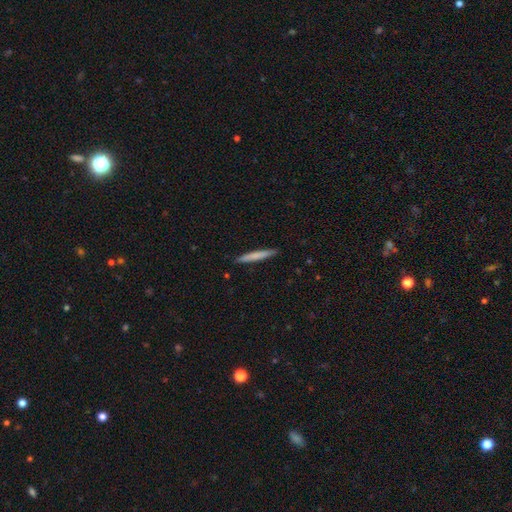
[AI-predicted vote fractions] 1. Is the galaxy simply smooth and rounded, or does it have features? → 70% smooth, 24% featured or disk, 5% star or artifact.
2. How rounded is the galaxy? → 96% cigar-shaped, 3% in between, 1% round.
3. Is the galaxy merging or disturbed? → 90% none, 7% minor disturbance, 1% major disturbance, 1% merger.